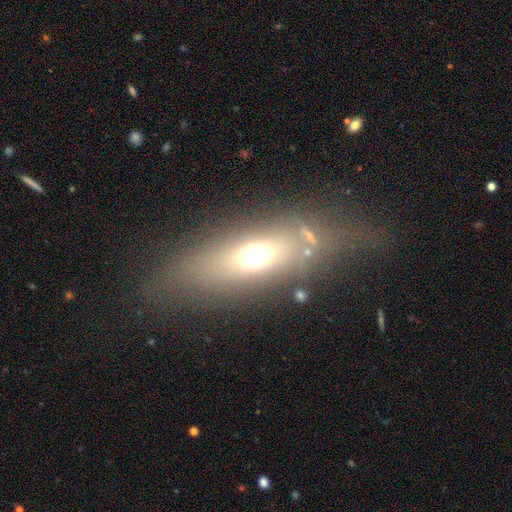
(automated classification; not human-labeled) Overall: smooth (55%; featured or disk 27%). How rounded: in between (66%). Merging: none (71%).